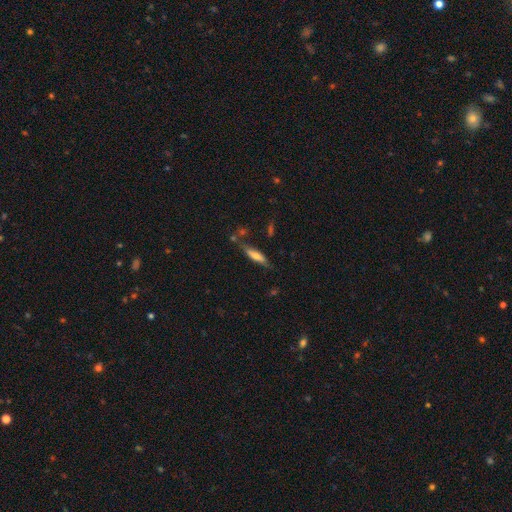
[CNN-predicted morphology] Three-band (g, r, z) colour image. It shows a smooth galaxy with no disk features (57%) that is cigar-shaped (72%). Merging: none (67%).